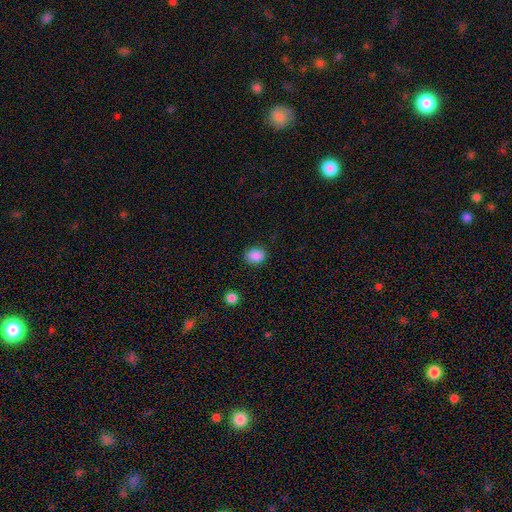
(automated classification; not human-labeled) smooth_or_featured: smooth (p=0.87) [alt: star or artifact p=0.09]
how_rounded: round (p=0.52) [alt: in between p=0.47]
merging: none (p=0.86) [alt: minor disturbance p=0.10]